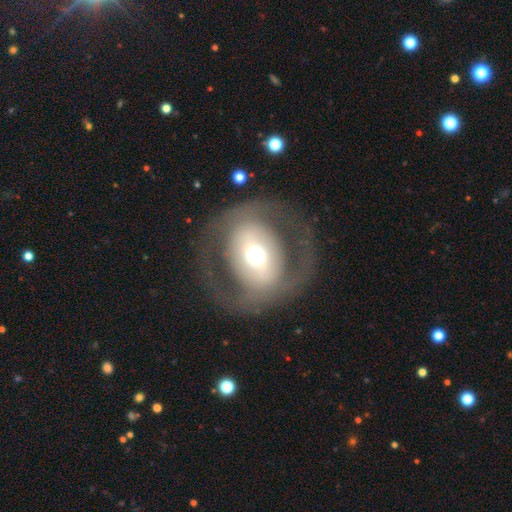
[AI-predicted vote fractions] Morphology: type=featured or disk (60%); edge-on=no (93%); bar=no (49%); spiral arms=no (63%); bulge=moderate (56%); merging=none (72%).